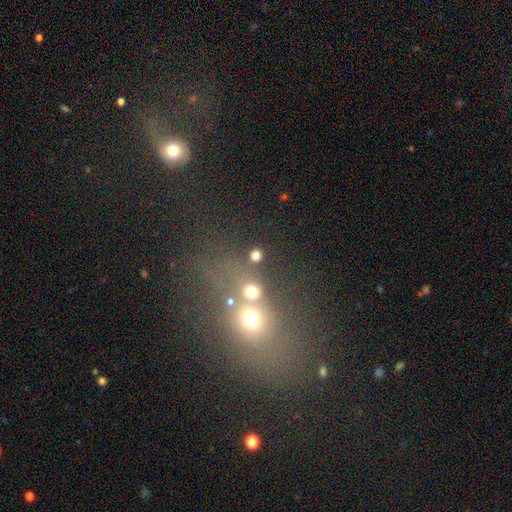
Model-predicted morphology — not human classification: The model was most divided on "merging": none: 70%, merger: 17%, minor disturbance: 7%, major disturbance: 6%. More confident: how rounded — round (83%); smooth or featured — smooth (73%).